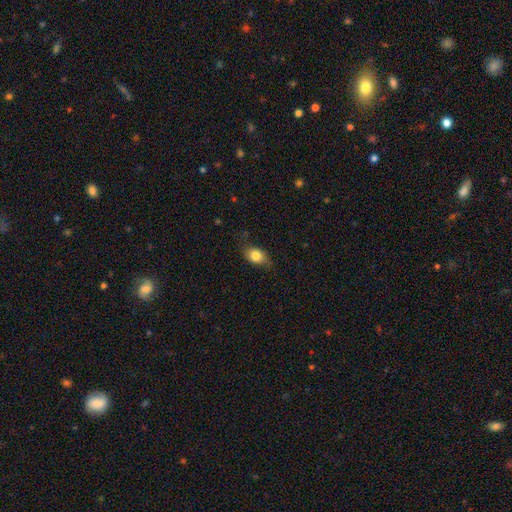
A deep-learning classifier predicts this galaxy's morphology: smooth-or-featured: smooth: 77% | featured or disk: 15% | star or artifact: 8%
  how-rounded: in between: 72% | round: 25% | cigar-shaped: 3%
  merging: none: 64% | minor disturbance: 27% | major disturbance: 7% | merger: 1%